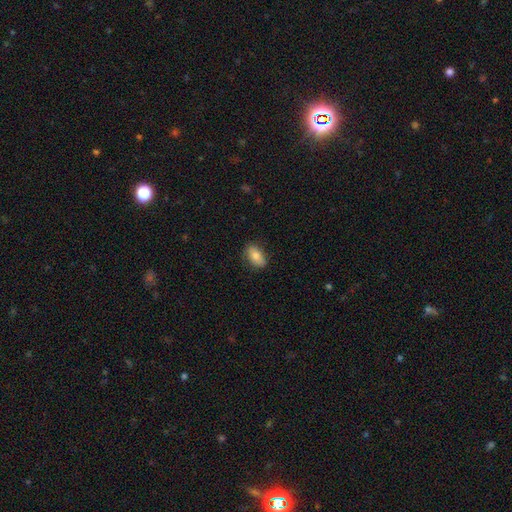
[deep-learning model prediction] Q: Smooth or featured?
A: smooth (77%); runner-up: featured or disk (16%)
Q: How rounded?
A: in between (87%); runner-up: round (7%)
Q: Merging?
A: none (81%); runner-up: minor disturbance (15%)